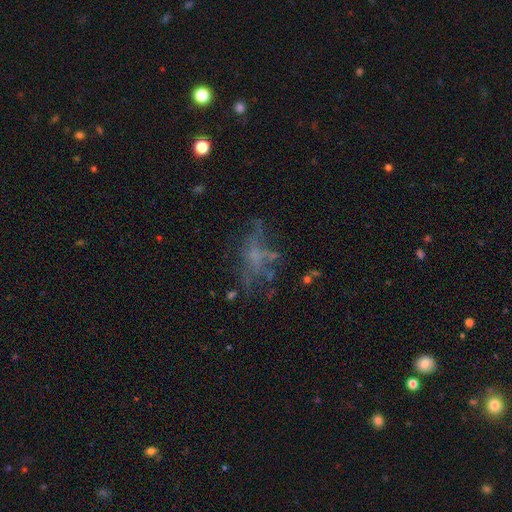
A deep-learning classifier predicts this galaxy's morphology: featured or disk 51%, star or artifact 25%, smooth 24%. Down the decision tree: edge-on disk — no (93%); merging — none (49%).